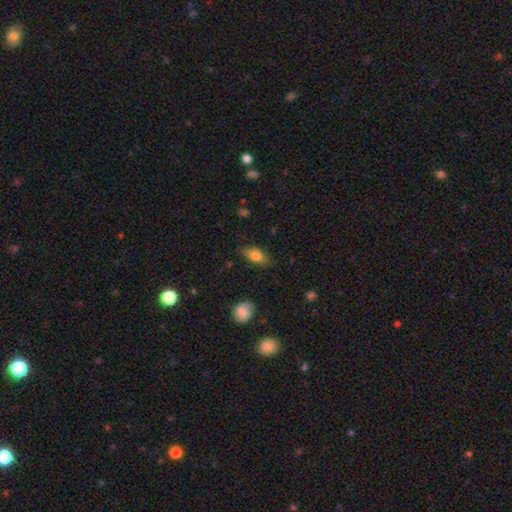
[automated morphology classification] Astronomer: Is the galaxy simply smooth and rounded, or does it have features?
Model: smooth — 74%.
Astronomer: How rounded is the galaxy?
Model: in between — 82%.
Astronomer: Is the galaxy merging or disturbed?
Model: none — 80%.